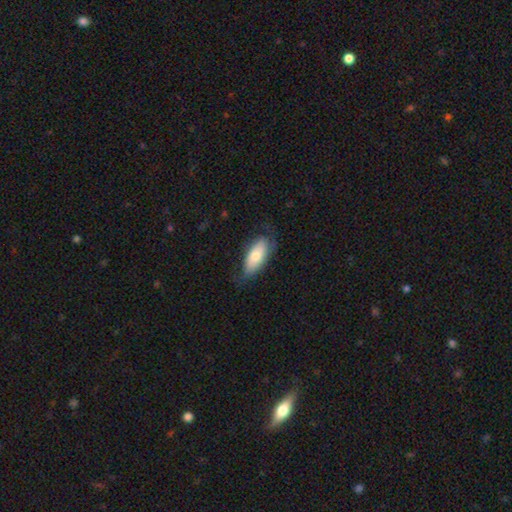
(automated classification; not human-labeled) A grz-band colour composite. It shows a smooth galaxy with no disk features (71%) that is in between round and cigar-shaped (84%). Merging: none (66%).